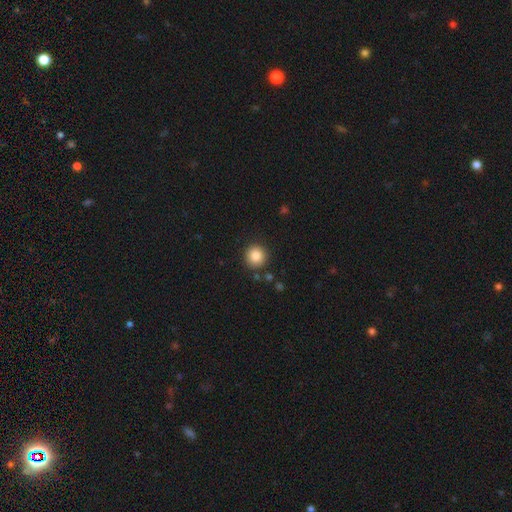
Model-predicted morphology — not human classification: This appears to be a smooth galaxy with no disk features (85%) that is round (94%). Merging: none (88%).